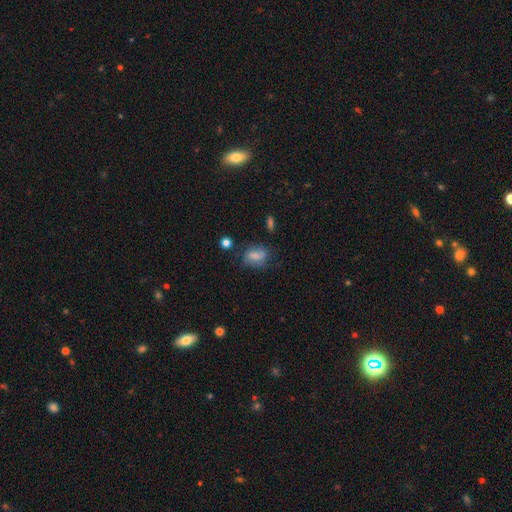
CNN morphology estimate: Smooth or featured? Predicted: smooth (p=0.71). How rounded? Predicted: in between (p=0.72). Merging? Predicted: none (p=0.58).